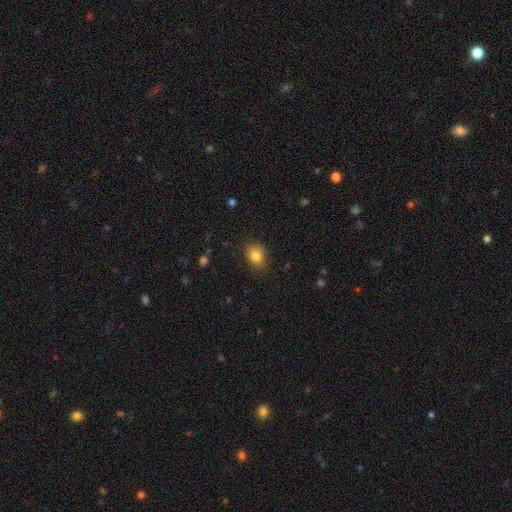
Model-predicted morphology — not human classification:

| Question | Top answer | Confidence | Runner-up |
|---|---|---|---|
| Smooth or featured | smooth | 83% | star or artifact (10%) |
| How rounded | in between | 54% | round (45%) |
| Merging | none | 83% | minor disturbance (13%) |